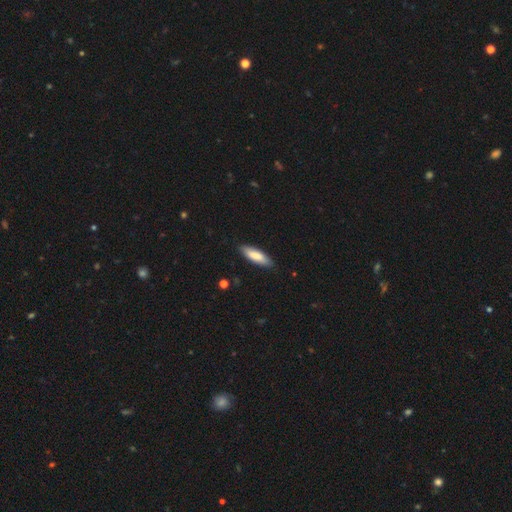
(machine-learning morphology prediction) type=smooth (81%); roundness=cigar-shaped (53%); merging=none (86%).